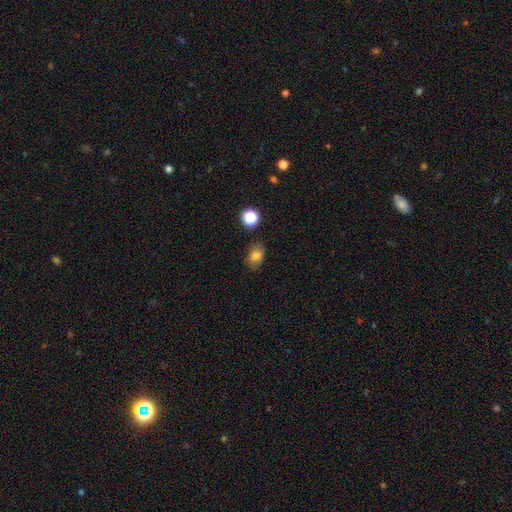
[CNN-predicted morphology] Q: Smooth or featured?
A: smooth (80%); runner-up: star or artifact (12%)
Q: How rounded?
A: in between (69%); runner-up: round (30%)
Q: Merging?
A: none (80%); runner-up: minor disturbance (14%)